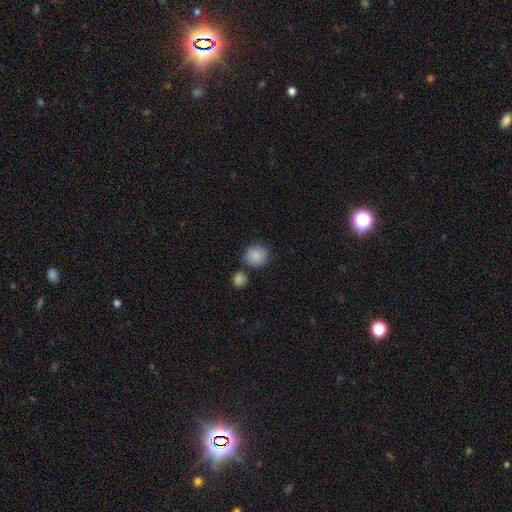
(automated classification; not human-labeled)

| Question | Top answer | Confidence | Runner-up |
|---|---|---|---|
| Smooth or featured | smooth | 87% | star or artifact (8%) |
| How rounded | round | 87% | in between (12%) |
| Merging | none | 73% | merger (13%) |